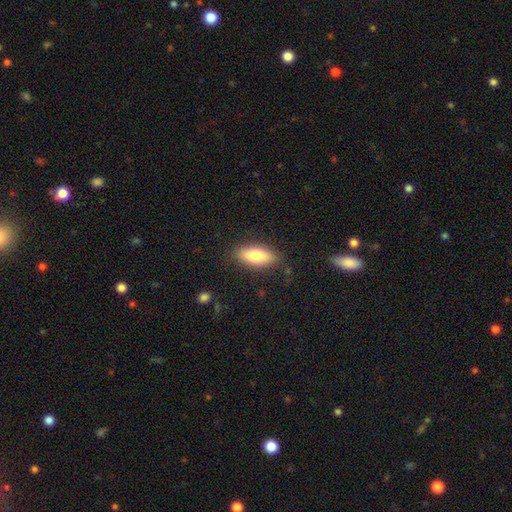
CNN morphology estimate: Smooth or featured? Predicted: smooth (p=0.79). How rounded? Predicted: in between (p=0.77). Merging? Predicted: none (p=0.84).